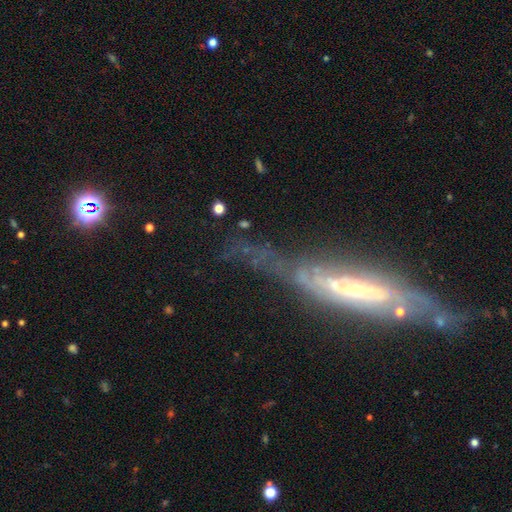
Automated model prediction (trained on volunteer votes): This appears to be a featured or disk galaxy (79%) viewed edge-on (66%) with no central bulge (44%). Merging: none (59%).